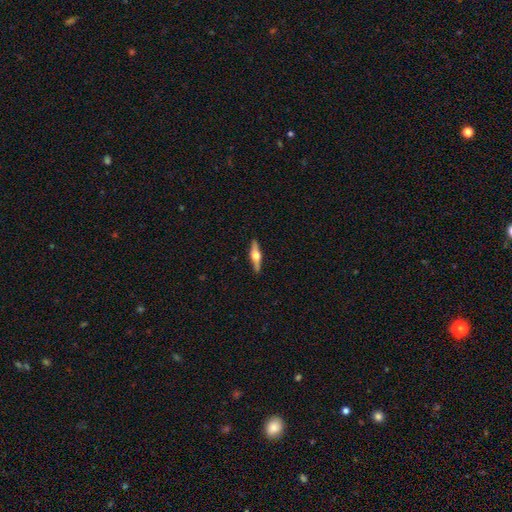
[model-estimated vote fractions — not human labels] Q: Smooth or featured?
A: featured or disk (66%); runner-up: smooth (28%)
Q: Edge-on disk?
A: yes (96%); runner-up: no (4%)
Q: Edge-on bulge?
A: rounded (96%); runner-up: boxy (3%)
Q: Merging?
A: none (91%); runner-up: minor disturbance (7%)